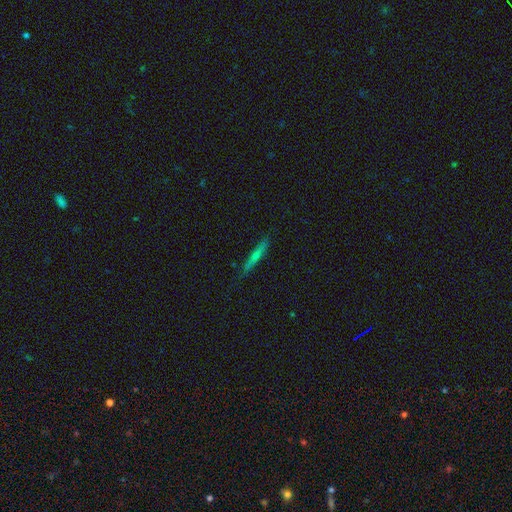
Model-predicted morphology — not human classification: This appears to be a smooth galaxy with no disk features (55%) that is cigar-shaped (94%). Merging: none (86%).